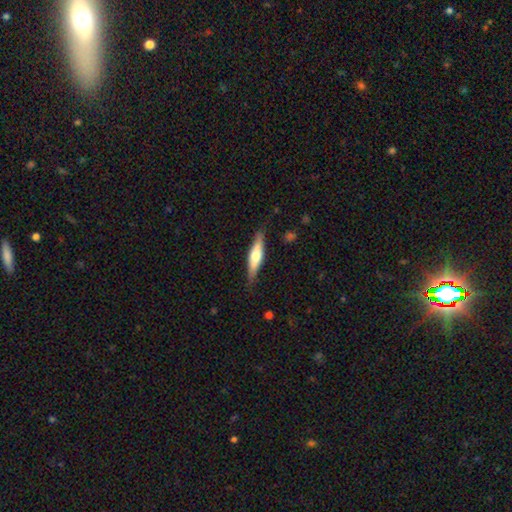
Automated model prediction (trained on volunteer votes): The model was most divided on "smooth or featured": featured or disk: 50%, smooth: 45%, star or artifact: 5%. More confident: merging — none (83%).